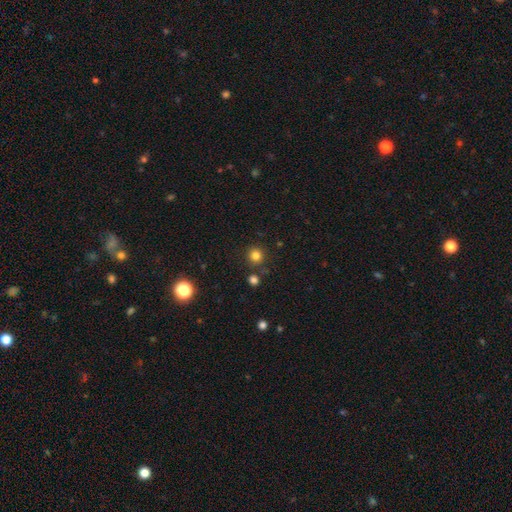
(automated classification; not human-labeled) Smooth or featured: smooth — 80% (star or artifact — 14%)
How rounded: round — 94% (in between — 5%)
Merging: none — 84% (minor disturbance — 7%)